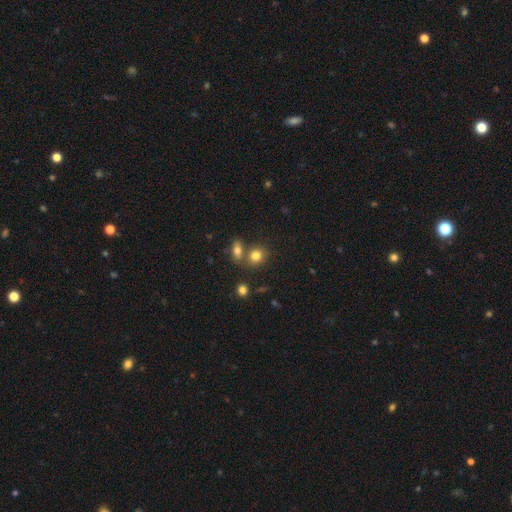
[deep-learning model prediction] smooth_or_featured: smooth (p=0.80) [alt: star or artifact p=0.12]
how_rounded: round (p=0.61) [alt: in between p=0.38]
merging: none (p=0.56) [alt: merger p=0.30]